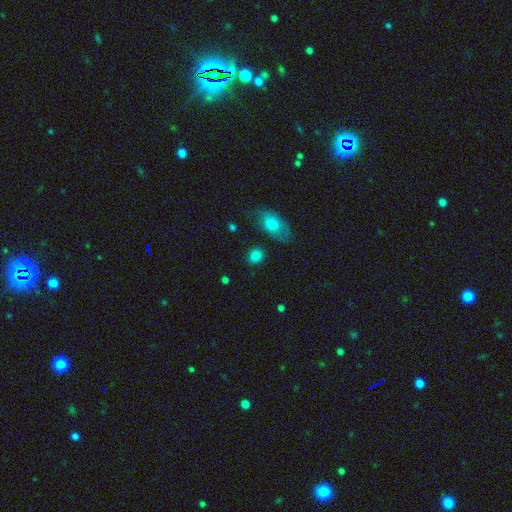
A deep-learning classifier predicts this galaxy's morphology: This is clearly a smooth galaxy (84%). How rounded: likely round (64%). Merging: clearly none (82%).